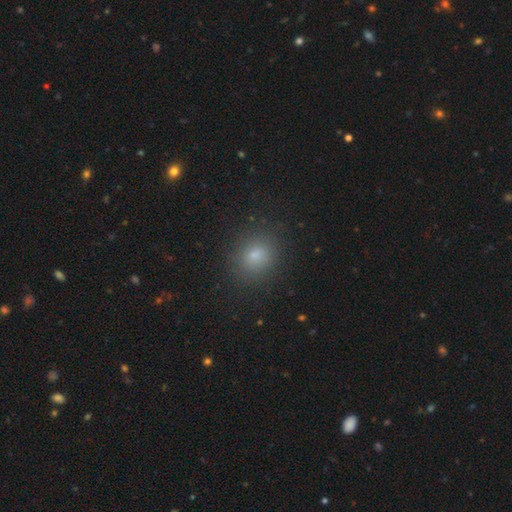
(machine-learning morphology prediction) Smooth or featured: smooth — 78% (star or artifact — 14%)
How rounded: round — 62% (in between — 36%)
Merging: none — 86% (minor disturbance — 9%)